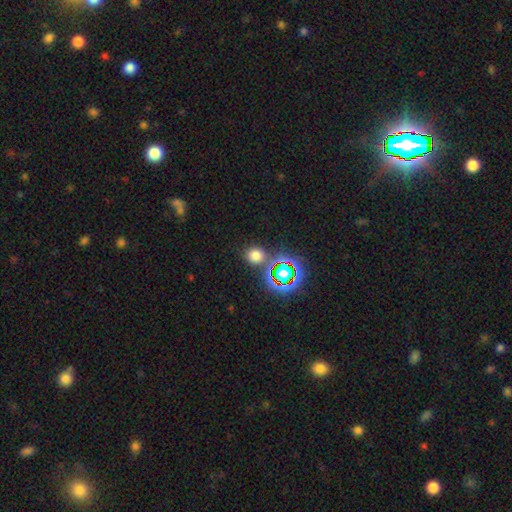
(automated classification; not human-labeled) A smooth galaxy with no disk features (65%) that is round (76%).

Vote fractions:
- Smooth or featured? smooth: 65% / star or artifact: 28% / featured or disk: 6%
- How rounded? round: 76% / in between: 22% / cigar-shaped: 1%
- Merging? none: 78% / minor disturbance: 10% / merger: 8% / major disturbance: 4%